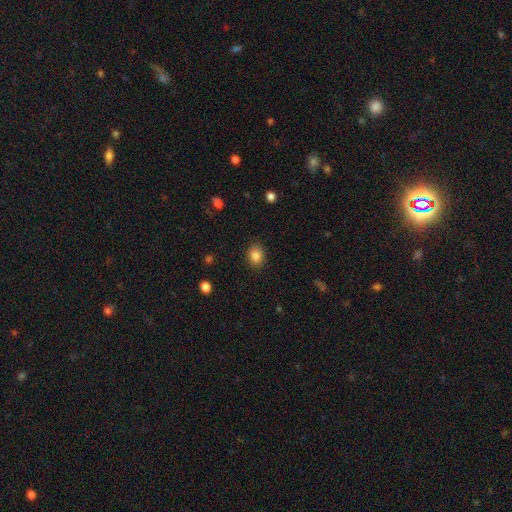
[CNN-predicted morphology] The model was most divided on "how rounded": round: 52%, in between: 47%, cigar-shaped: 1%. More confident: merging — none (87%); smooth or featured — smooth (85%).